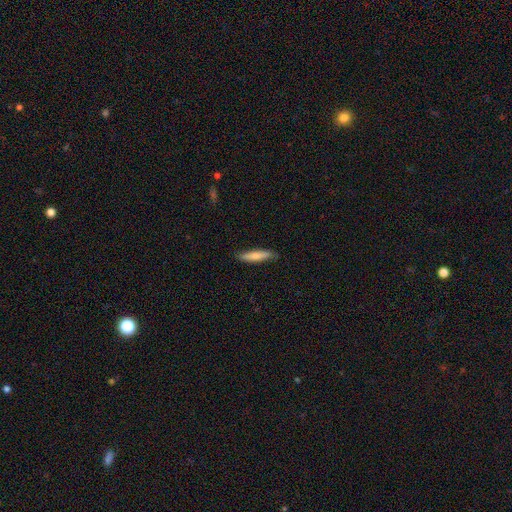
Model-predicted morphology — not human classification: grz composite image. It shows a smooth galaxy with no disk features (72%) that is cigar-shaped (83%). Merging: none (83%).